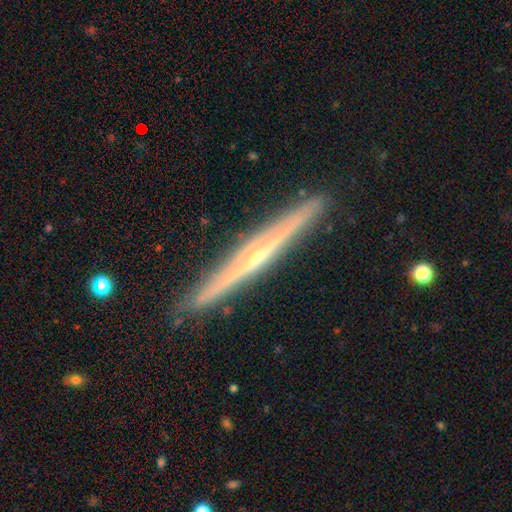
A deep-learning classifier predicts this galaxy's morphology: This is clearly a featured or disk galaxy (81%). It is clearly viewed edge-on (98%). Edge-on bulge: likely rounded (65%). Merging: clearly none (91%).